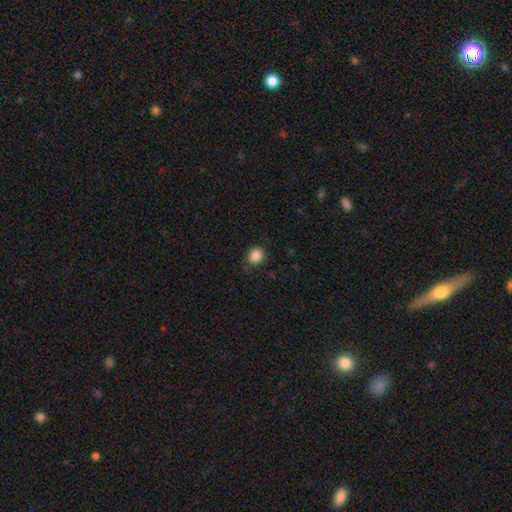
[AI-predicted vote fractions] Smooth or featured: smooth — 86% (star or artifact — 10%)
How rounded: round — 83% (in between — 16%)
Merging: none — 79% (minor disturbance — 16%)